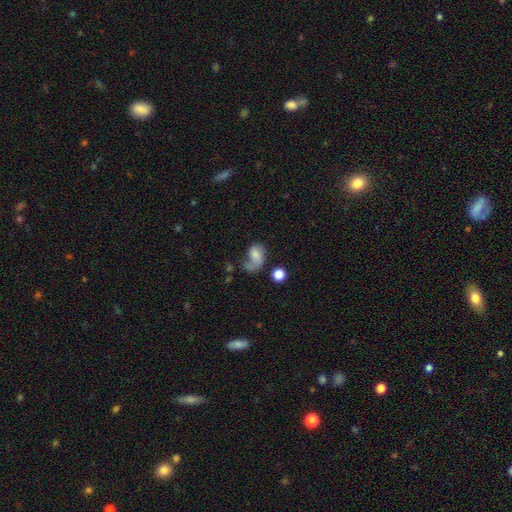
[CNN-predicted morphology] Smooth or featured: smooth — 56% (featured or disk — 34%)
How rounded: in between — 76% (round — 23%)
Merging: major disturbance — 40% (none — 28%)